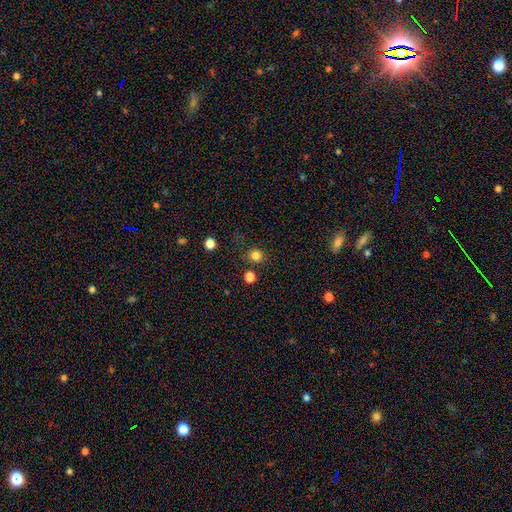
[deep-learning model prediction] Smooth or featured? Predicted: smooth (p=0.80). How rounded? Predicted: round (p=0.89). Merging? Predicted: none (p=0.81).